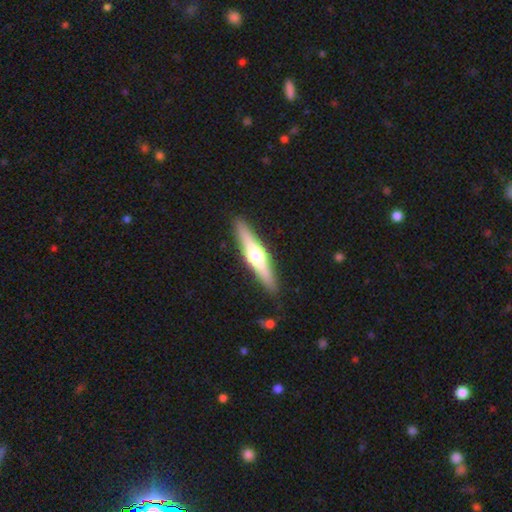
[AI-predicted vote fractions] smooth_or_featured: featured or disk (p=0.60) [alt: smooth p=0.35]
disk_edge_on: yes (p=0.95) [alt: no p=0.05]
edge_on_bulge: rounded (p=0.91) [alt: boxy p=0.05]
merging: none (p=0.89) [alt: minor disturbance p=0.07]